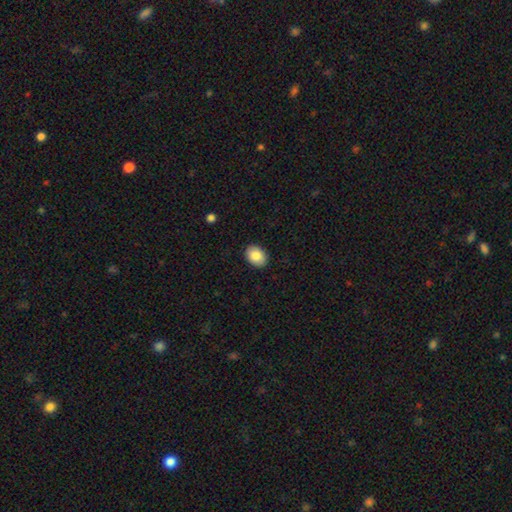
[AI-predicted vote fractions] This appears to be a smooth galaxy with no disk features (86%) that is in between round and cigar-shaped (74%). Merging: none (89%).